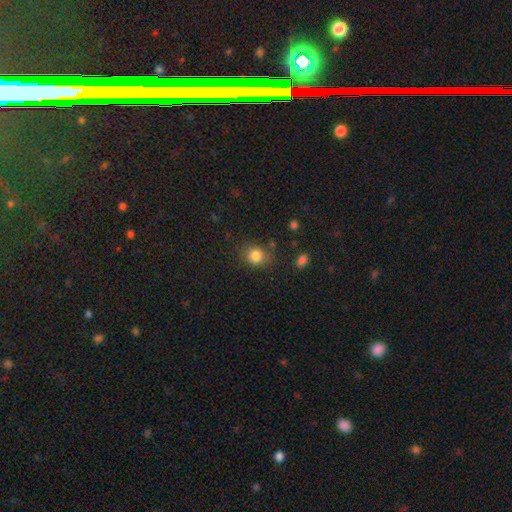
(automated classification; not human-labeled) Overall: smooth (84%). How rounded: round (67%; in between 33%). Merging: none (75%).